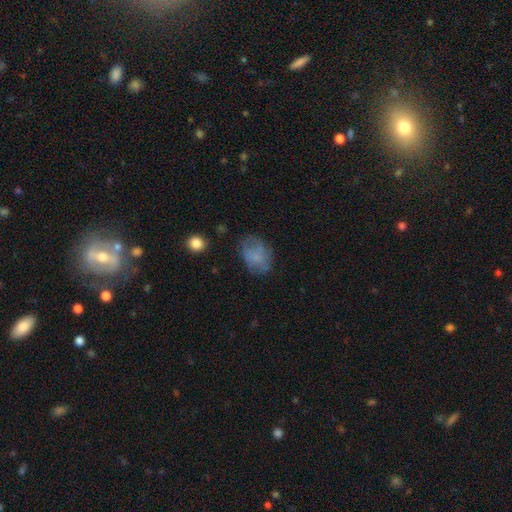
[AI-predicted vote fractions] smooth_or_featured: smooth (p=0.65) [alt: featured or disk p=0.25]
how_rounded: in between (p=0.71) [alt: round p=0.28]
merging: none (p=0.61) [alt: minor disturbance p=0.25]